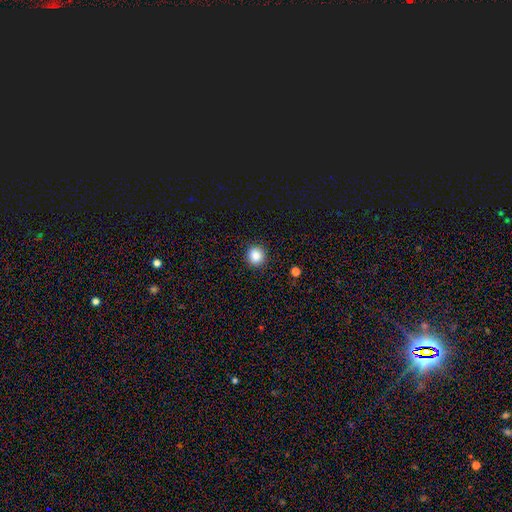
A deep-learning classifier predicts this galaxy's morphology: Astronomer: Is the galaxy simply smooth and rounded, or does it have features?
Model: smooth — 86%.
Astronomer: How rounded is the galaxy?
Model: round — 91%.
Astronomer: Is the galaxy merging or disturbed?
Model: none — 91%.